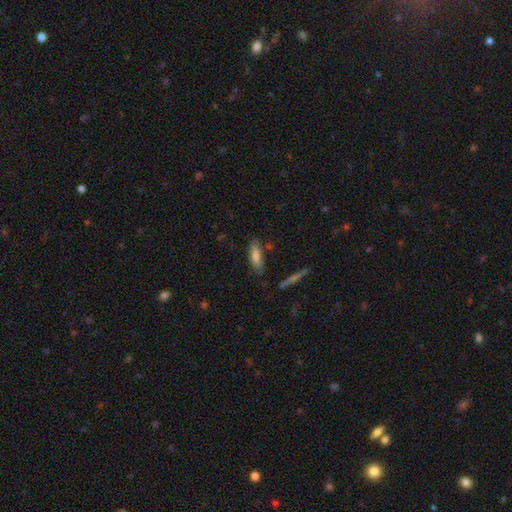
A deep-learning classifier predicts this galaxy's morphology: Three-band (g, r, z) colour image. It shows a smooth galaxy with no disk features (72%) that is cigar-shaped (52%). Merging: none (73%).